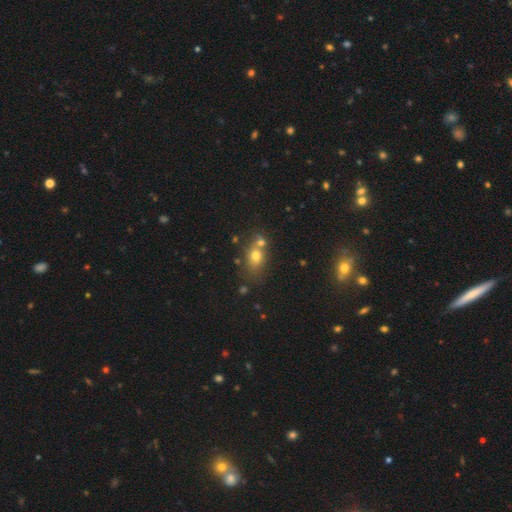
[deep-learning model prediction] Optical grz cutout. It shows a smooth galaxy with no disk features (70%) that is in between round and cigar-shaped (54%). Merging: none (49%).